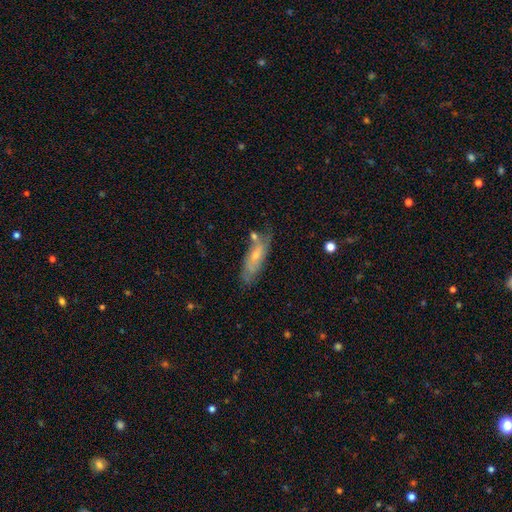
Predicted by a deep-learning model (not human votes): Overall: smooth (50%; featured or disk 43%). How rounded: cigar-shaped (49%; in between 48%). Merging: none (61%; minor disturbance 23%).